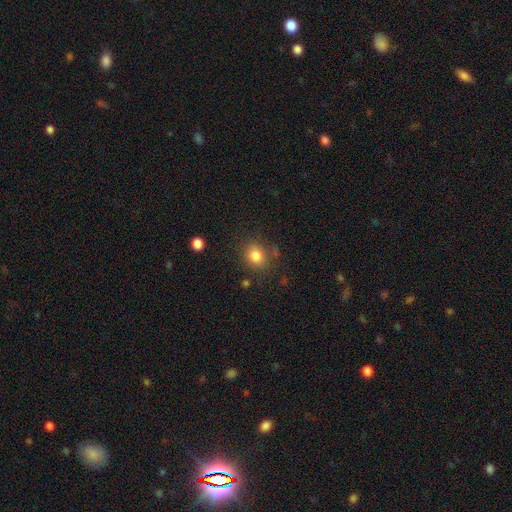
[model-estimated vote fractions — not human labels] Smooth or featured: smooth — 82% (star or artifact — 11%)
How rounded: round — 59% (in between — 40%)
Merging: none — 79% (minor disturbance — 13%)